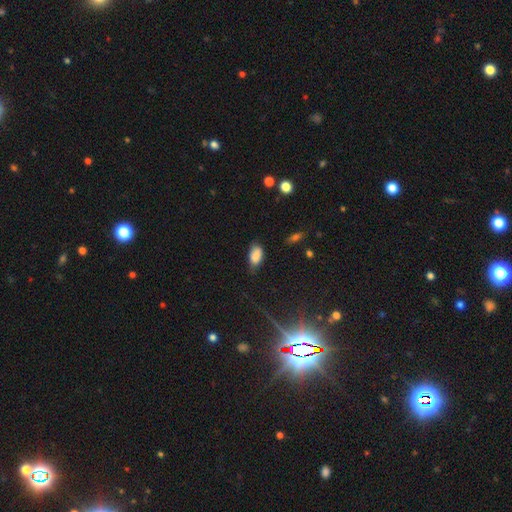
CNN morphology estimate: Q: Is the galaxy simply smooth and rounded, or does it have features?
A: smooth — 85%.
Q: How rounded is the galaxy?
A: in between — 92%.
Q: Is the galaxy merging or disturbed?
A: none — 58%.